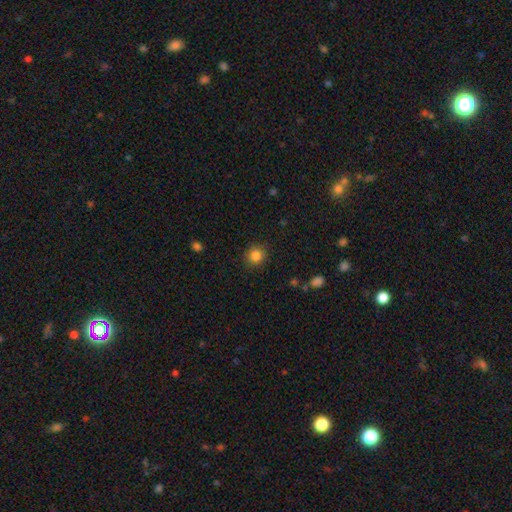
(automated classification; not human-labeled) Overall: smooth (84%). How rounded: round (89%). Merging: none (89%).